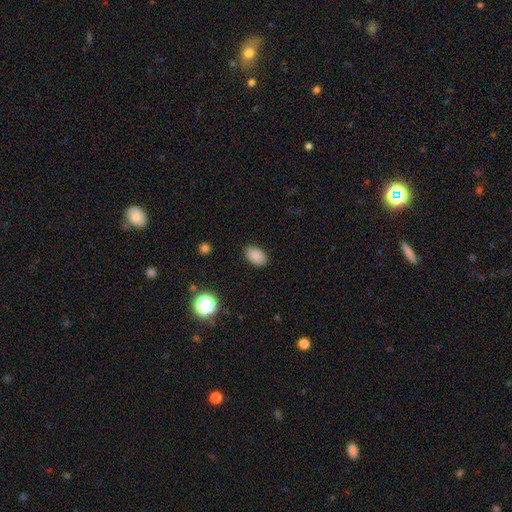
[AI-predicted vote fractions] Morphology: type=smooth (86%); roundness=in between (88%); merging=none (87%).